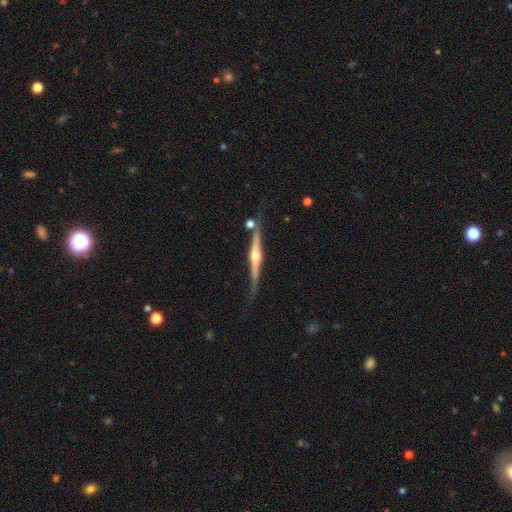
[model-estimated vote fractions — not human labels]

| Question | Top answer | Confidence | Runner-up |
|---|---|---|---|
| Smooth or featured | featured or disk | 85% | smooth (10%) |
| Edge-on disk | yes | 98% | no (2%) |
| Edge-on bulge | rounded | 93% | none (4%) |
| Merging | none | 72% | minor disturbance (17%) |